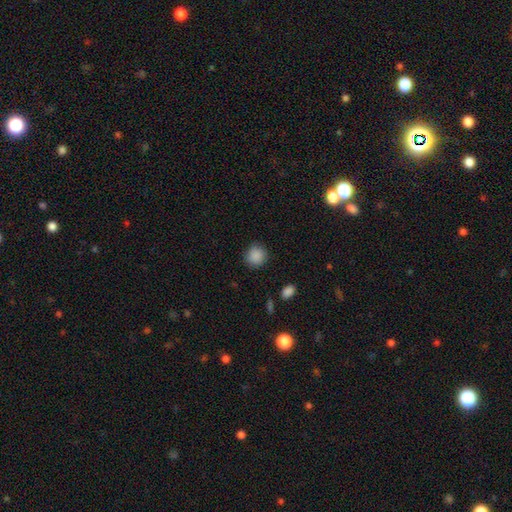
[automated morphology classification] Smooth or featured? smooth (88%)
How rounded? round (88%)
Merging? none (86%)